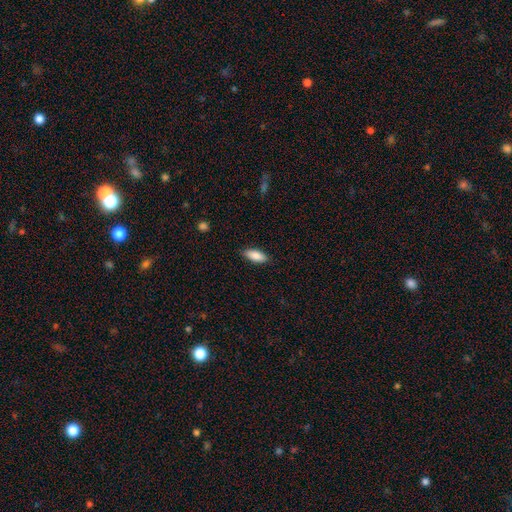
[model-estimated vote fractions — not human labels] A smooth galaxy with no disk features (86%) that is in between round and cigar-shaped (81%).

Vote fractions:
- Smooth or featured? smooth: 86% / featured or disk: 7% / star or artifact: 6%
- How rounded? in between: 81% / cigar-shaped: 17% / round: 2%
- Merging? none: 87% / minor disturbance: 10% / major disturbance: 2% / merger: 1%